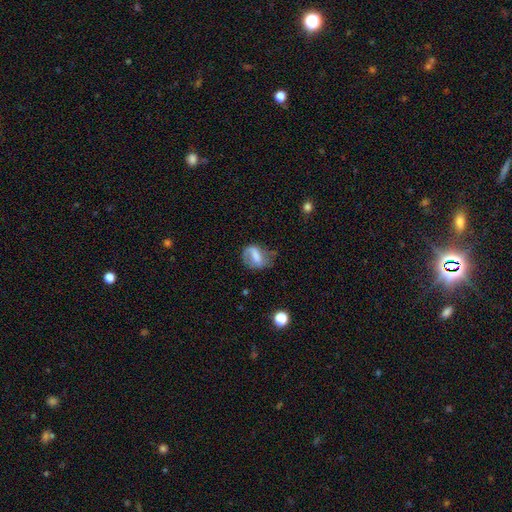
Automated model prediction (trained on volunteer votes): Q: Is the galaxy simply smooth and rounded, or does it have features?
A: featured or disk — 48%.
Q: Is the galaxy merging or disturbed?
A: none — 43%.